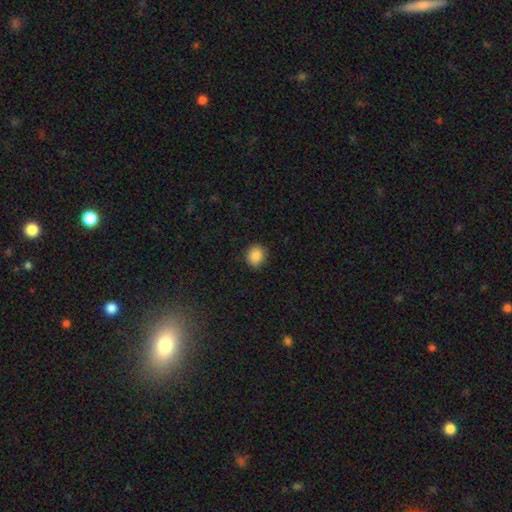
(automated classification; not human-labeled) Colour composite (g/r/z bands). It shows a smooth galaxy with no disk features (88%) that is round (77%). Merging: none (88%).